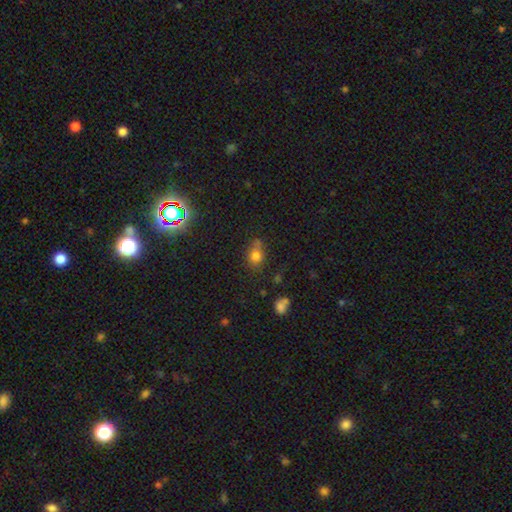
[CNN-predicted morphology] A smooth galaxy with no disk features (74%) that is round (55%). Merging: none (57%).